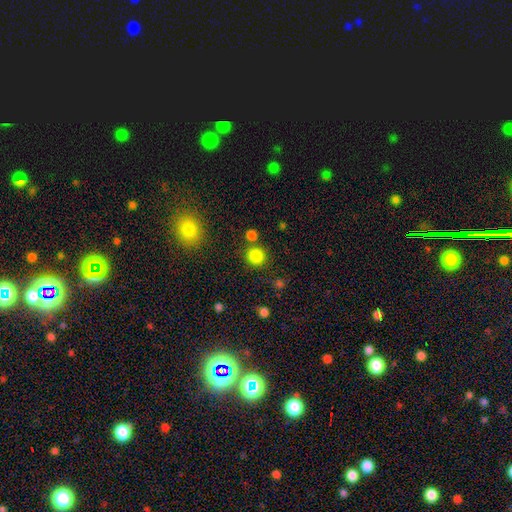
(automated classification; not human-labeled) Overall: smooth (84%). How rounded: round (90%). Merging: none (80%).